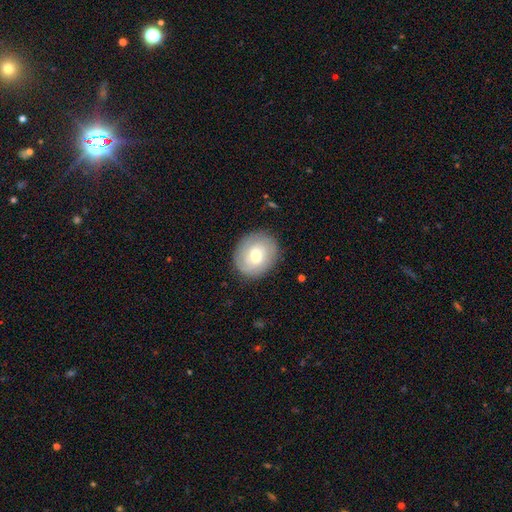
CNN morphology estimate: smooth_or_featured: featured or disk (p=0.51) [alt: smooth p=0.42]
disk_edge_on: no (p=0.96) [alt: yes p=0.04]
merging: none (p=0.83) [alt: minor disturbance p=0.12]